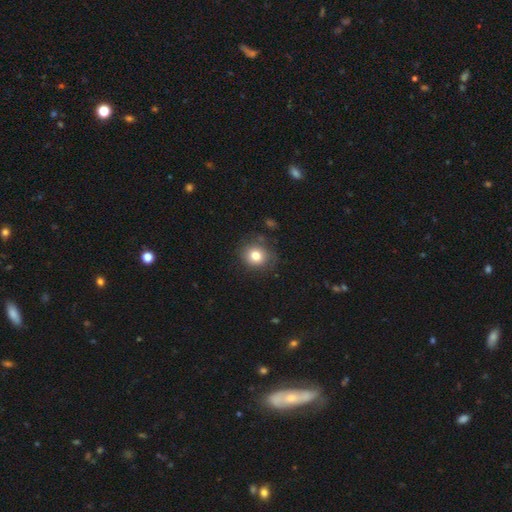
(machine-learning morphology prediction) smooth 78%, star or artifact 11%, featured or disk 11%. Down the decision tree: how rounded — round (83%); merging — none (79%).